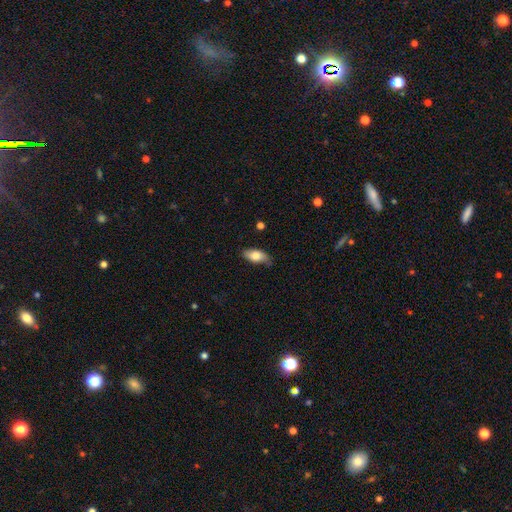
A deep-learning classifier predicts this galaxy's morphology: smooth-or-featured: smooth: 76% | featured or disk: 17% | star or artifact: 6%
  how-rounded: in between: 89% | cigar-shaped: 8% | round: 3%
  merging: none: 73% | minor disturbance: 22% | major disturbance: 3% | merger: 2%